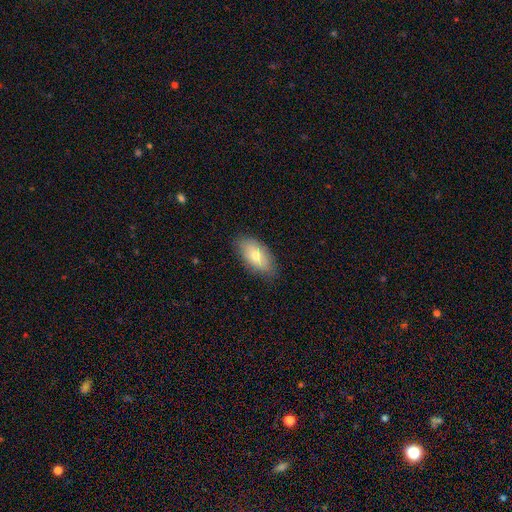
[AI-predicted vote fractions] A smooth galaxy with no disk features (71%) that is in between round and cigar-shaped (92%). Merging: none (80%).